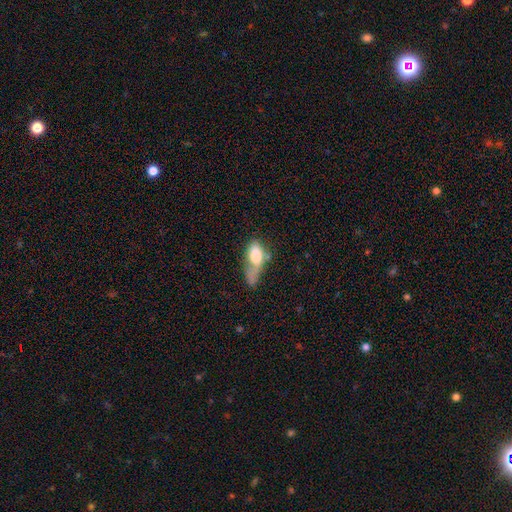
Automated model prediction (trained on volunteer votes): Smooth or featured? smooth (71%)
How rounded? in between (78%)
Merging? major disturbance (35%)